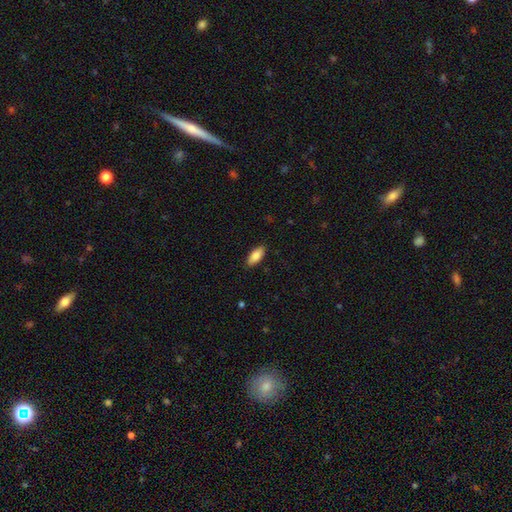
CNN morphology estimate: smooth_or_featured: smooth (p=0.85) [alt: featured or disk p=0.09]
how_rounded: in between (p=0.85) [alt: cigar-shaped p=0.13]
merging: none (p=0.87) [alt: minor disturbance p=0.10]